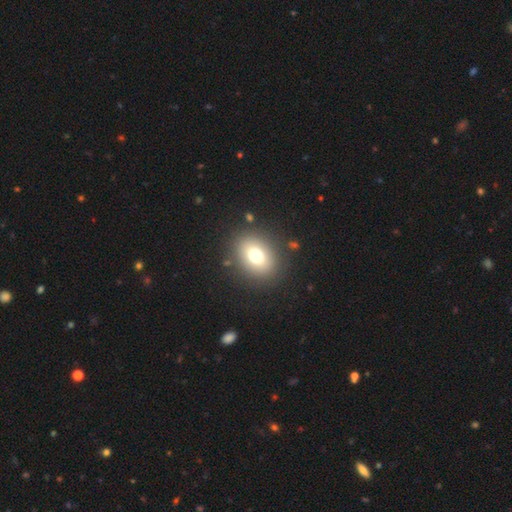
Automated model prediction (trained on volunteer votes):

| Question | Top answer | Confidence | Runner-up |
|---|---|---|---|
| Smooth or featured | smooth | 75% | featured or disk (13%) |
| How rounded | in between | 58% | round (41%) |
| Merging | none | 86% | minor disturbance (8%) |